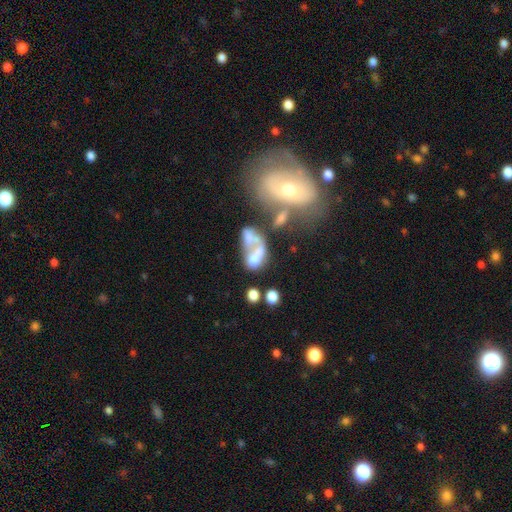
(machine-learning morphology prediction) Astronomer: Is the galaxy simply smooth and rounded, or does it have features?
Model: featured or disk — 43% (runner-up: smooth, 42%).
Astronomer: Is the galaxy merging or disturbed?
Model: merger — 61%.